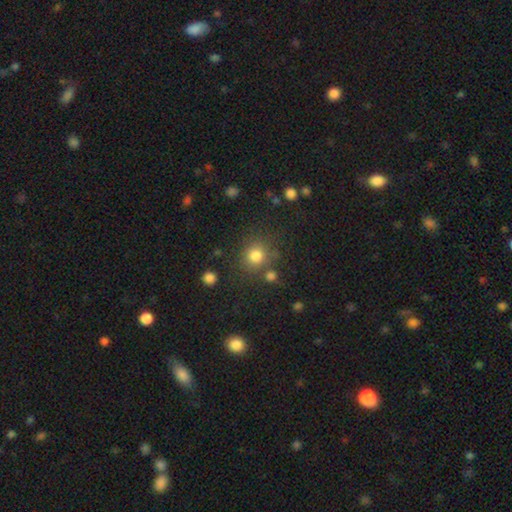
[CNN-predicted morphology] smooth_or_featured: smooth (p=0.80) [alt: star or artifact p=0.14]
how_rounded: round (p=0.87) [alt: in between p=0.12]
merging: none (p=0.75) [alt: minor disturbance p=0.11]